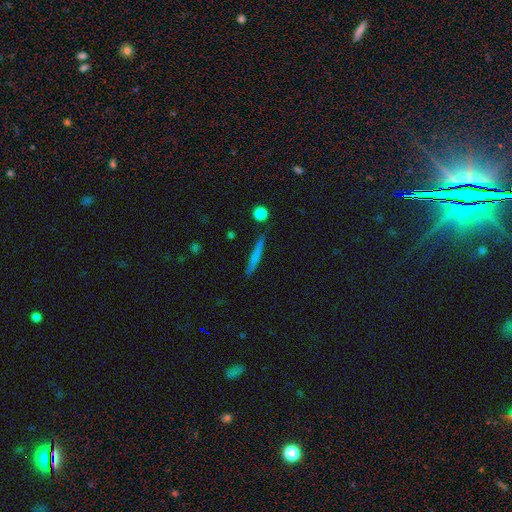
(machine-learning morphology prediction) Q: Smooth or featured?
A: smooth (63%); runner-up: featured or disk (30%)
Q: How rounded?
A: cigar-shaped (95%); runner-up: in between (3%)
Q: Merging?
A: none (87%); runner-up: minor disturbance (9%)